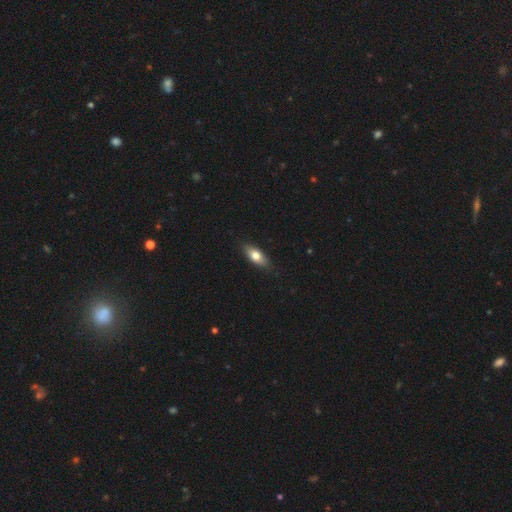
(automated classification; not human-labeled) smooth_or_featured: smooth (p=0.72) [alt: featured or disk p=0.21]
how_rounded: in between (p=0.78) [alt: cigar-shaped p=0.18]
merging: none (p=0.86) [alt: minor disturbance p=0.11]